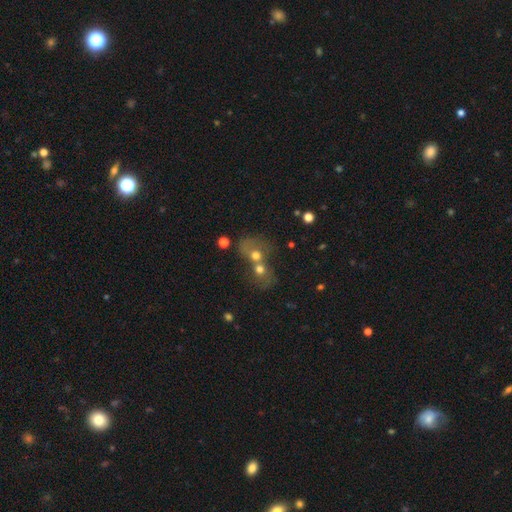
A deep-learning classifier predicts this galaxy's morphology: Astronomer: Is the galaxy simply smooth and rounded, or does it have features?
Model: smooth — 58%.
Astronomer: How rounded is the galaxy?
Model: round — 64%.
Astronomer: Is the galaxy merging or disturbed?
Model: merger — 78%.